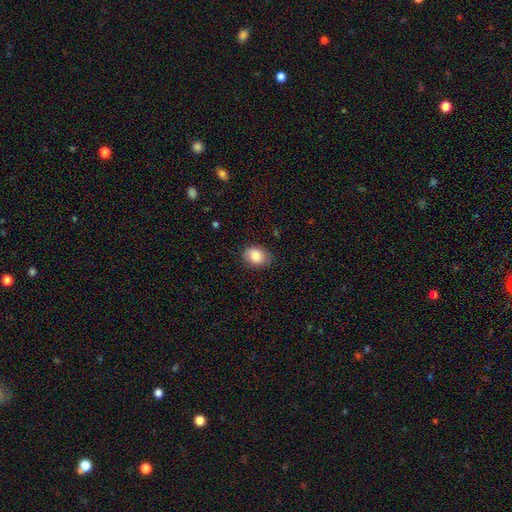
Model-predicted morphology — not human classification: This is clearly a smooth galaxy (84%). How rounded: likely in between (66%). Merging: clearly none (81%).